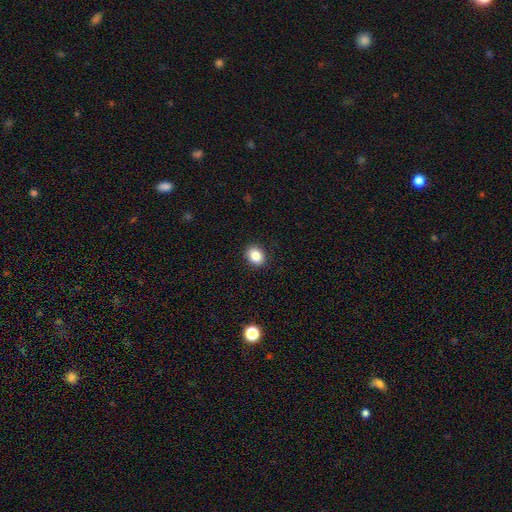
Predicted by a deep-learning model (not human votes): The model was most divided on "how rounded": round: 50%, in between: 49%, cigar-shaped: 1%. More confident: merging — none (91%); smooth or featured — smooth (85%).